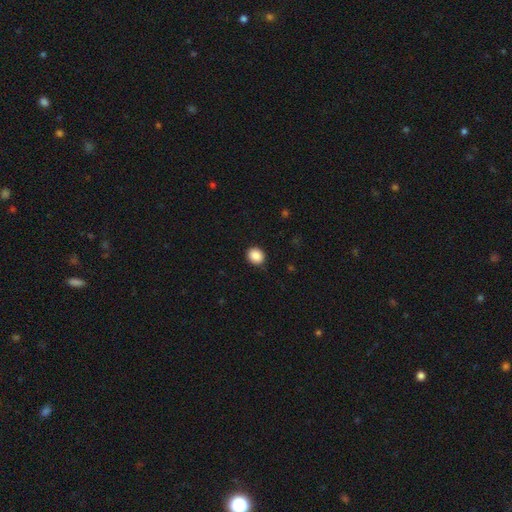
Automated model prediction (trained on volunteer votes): Morphology: type=smooth (89%); roundness=round (68%); merging=none (88%).